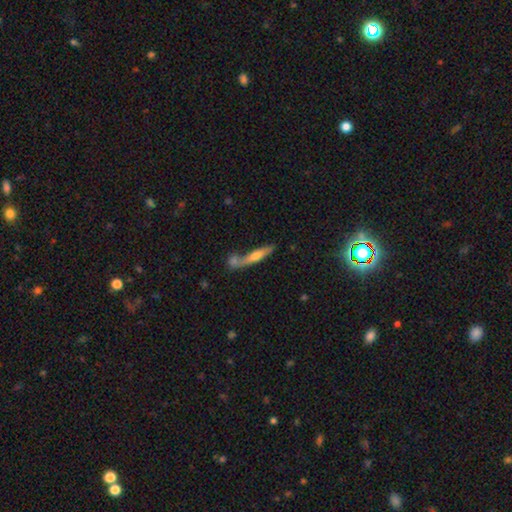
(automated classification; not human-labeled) smooth 48%, featured or disk 45%, star or artifact 7%. Down the decision tree: merging — none (54%).